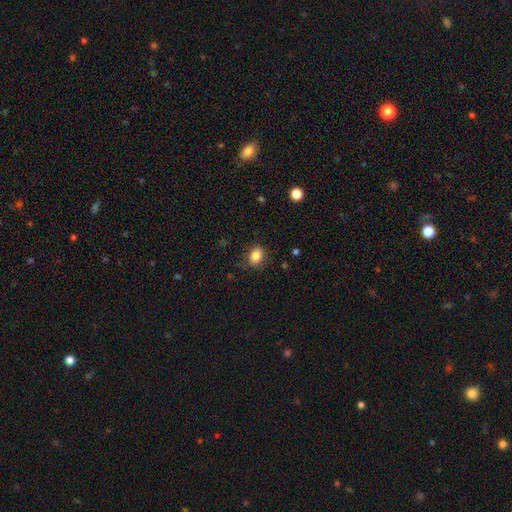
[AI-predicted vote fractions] smooth-or-featured: smooth: 84% | star or artifact: 10% | featured or disk: 6%
  how-rounded: in between: 65% | round: 34% | cigar-shaped: 1%
  merging: none: 77% | minor disturbance: 17% | major disturbance: 5% | merger: 1%